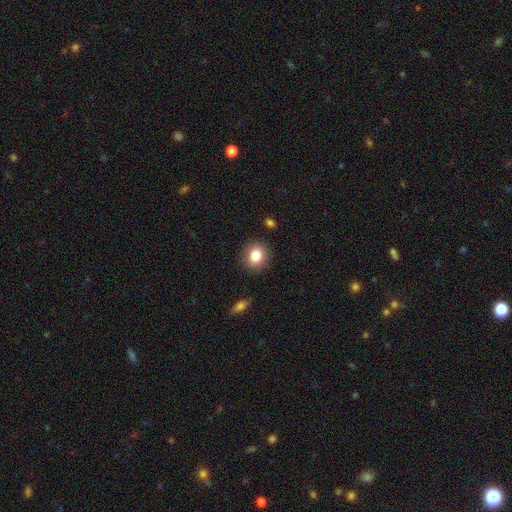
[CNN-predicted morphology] This appears to be a smooth galaxy with no disk features (83%) that is round (76%). Merging: none (88%).